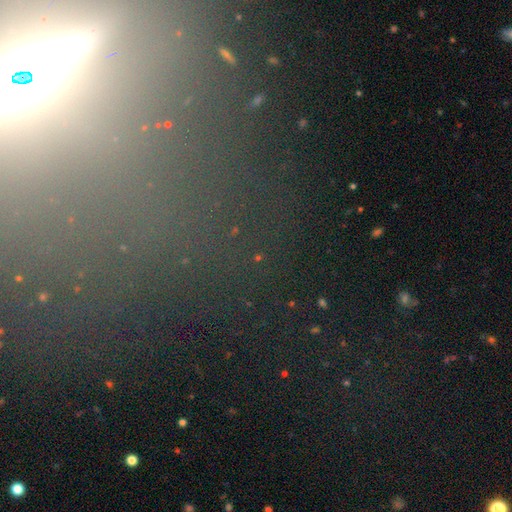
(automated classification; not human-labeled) Smooth or featured?
  - star or artifact: 67% *
  - featured or disk: 18%
  - smooth: 16%